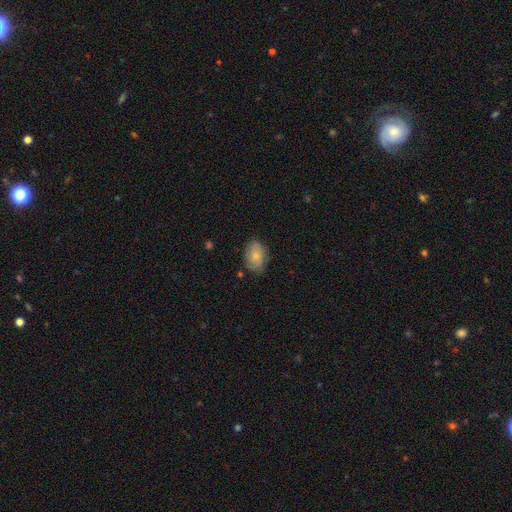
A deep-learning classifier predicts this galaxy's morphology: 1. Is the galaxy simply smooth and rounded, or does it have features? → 70% smooth, 23% featured or disk, 7% star or artifact.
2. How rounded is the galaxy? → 83% in between, 15% round, 1% cigar-shaped.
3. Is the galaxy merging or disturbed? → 72% none, 22% minor disturbance, 5% major disturbance, 1% merger.